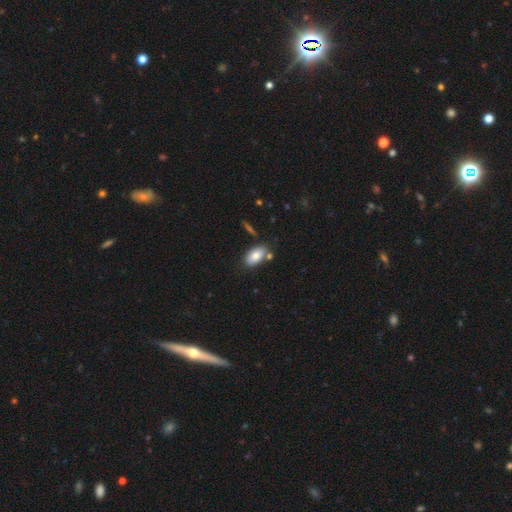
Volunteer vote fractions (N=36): A smooth galaxy with no disk features (78%) that is in between round and cigar-shaped (100%).

Vote fractions:
- Smooth or featured? smooth: 78% / featured or disk: 17% / star or artifact: 6%
- How rounded? in between: 100% / round: 0% / cigar-shaped: 0%
- Merging? none: 82% / merger: 12% / minor disturbance: 3% / major disturbance: 3%